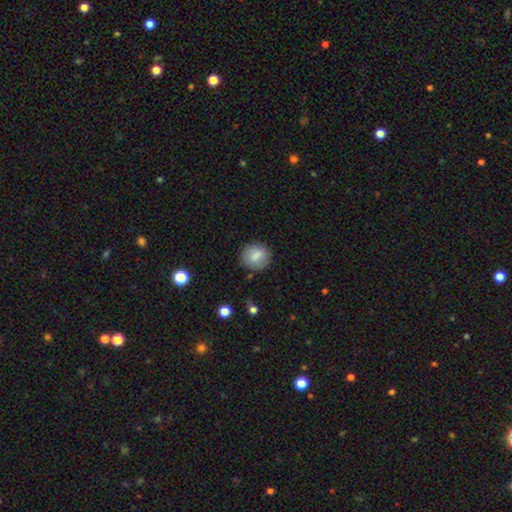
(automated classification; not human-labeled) smooth_or_featured: smooth (p=0.82) [alt: featured or disk p=0.10]
how_rounded: round (p=0.77) [alt: in between p=0.22]
merging: none (p=0.81) [alt: minor disturbance p=0.14]